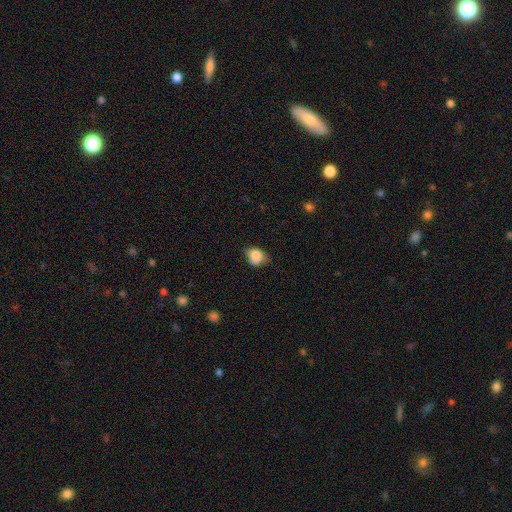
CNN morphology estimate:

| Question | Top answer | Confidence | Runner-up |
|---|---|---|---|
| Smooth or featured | smooth | 84% | star or artifact (9%) |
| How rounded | in between | 50% | round (48%) |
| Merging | none | 52% | minor disturbance (37%) |